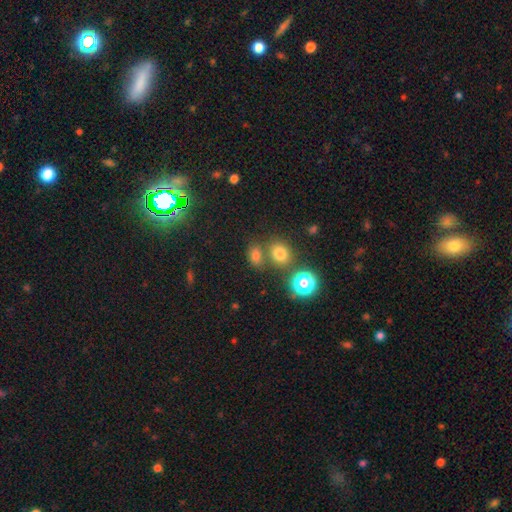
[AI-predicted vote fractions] smooth-or-featured: smooth: 70% | star or artifact: 23% | featured or disk: 8%
  how-rounded: in between: 54% | round: 44% | cigar-shaped: 2%
  merging: none: 60% | merger: 25% | minor disturbance: 10% | major disturbance: 4%